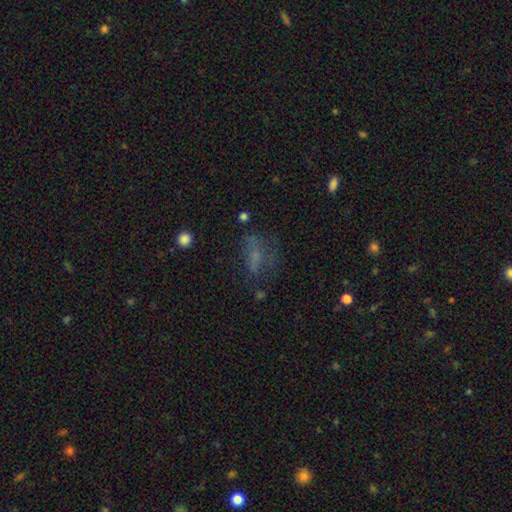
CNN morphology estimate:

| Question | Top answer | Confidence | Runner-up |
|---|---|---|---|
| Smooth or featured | smooth | 49% | featured or disk (26%) |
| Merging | none | 46% | major disturbance (28%) |